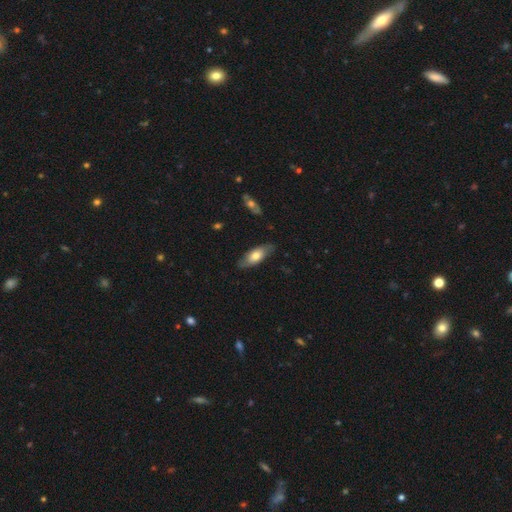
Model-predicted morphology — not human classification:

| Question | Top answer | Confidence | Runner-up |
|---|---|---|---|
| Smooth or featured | smooth | 62% | featured or disk (32%) |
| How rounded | in between | 77% | cigar-shaped (20%) |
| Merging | none | 79% | minor disturbance (16%) |